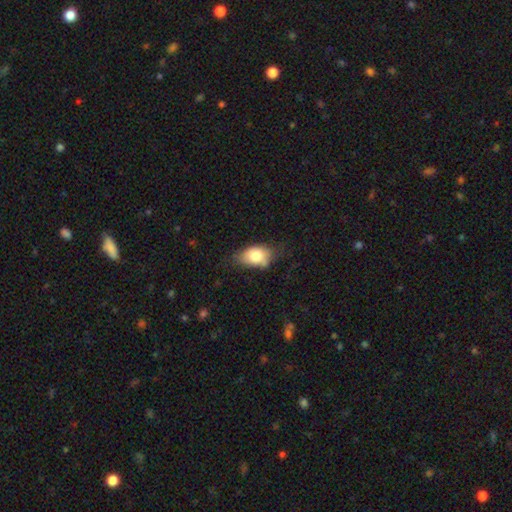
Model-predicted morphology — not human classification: A smooth galaxy with no disk features (78%) that is in between round and cigar-shaped (85%). Merging: none (54%).